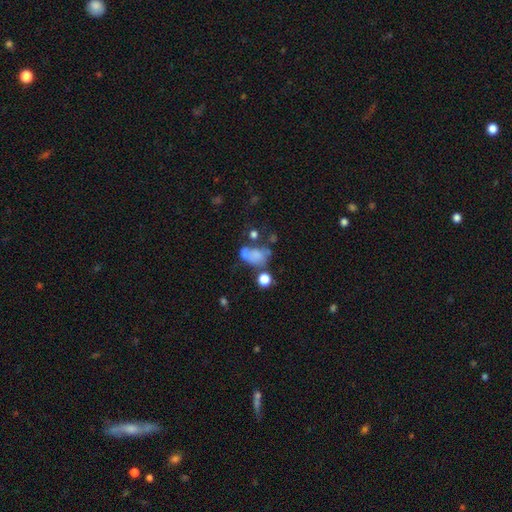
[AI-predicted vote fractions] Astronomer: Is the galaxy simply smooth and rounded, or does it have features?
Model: smooth — 60%.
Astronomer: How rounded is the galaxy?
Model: in between — 68%.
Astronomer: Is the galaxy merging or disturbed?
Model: merger — 41% (runner-up: none, 26%).